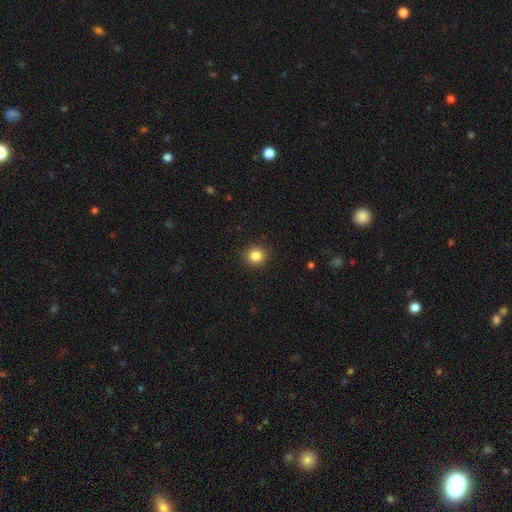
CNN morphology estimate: type=smooth (84%); roundness=round (88%); merging=none (91%).